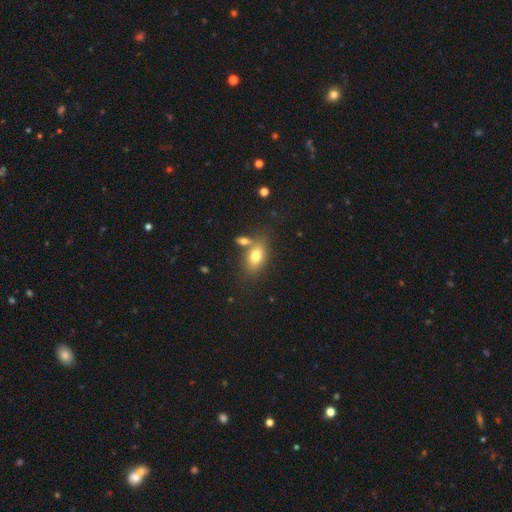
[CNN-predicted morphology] Smooth or featured? Predicted: smooth (p=0.76). How rounded? Predicted: in between (p=0.85). Merging? Predicted: none (p=0.59).